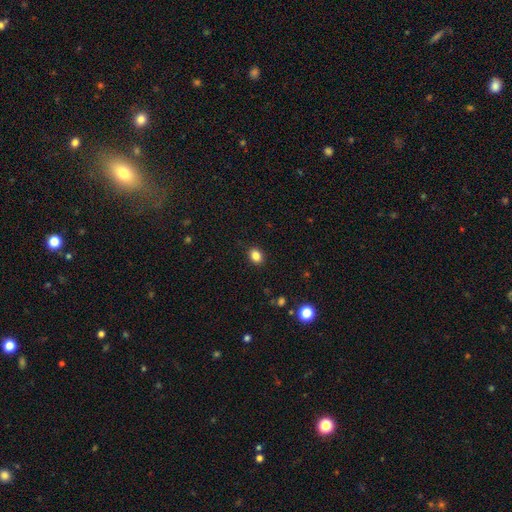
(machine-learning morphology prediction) Smooth or featured?
  - smooth: 84% *
  - star or artifact: 11%
  - featured or disk: 5%
How rounded?
  - in between: 55% *
  - round: 44%
  - cigar-shaped: 1%
Merging?
  - none: 89% *
  - minor disturbance: 8%
  - major disturbance: 2%
  - merger: 1%